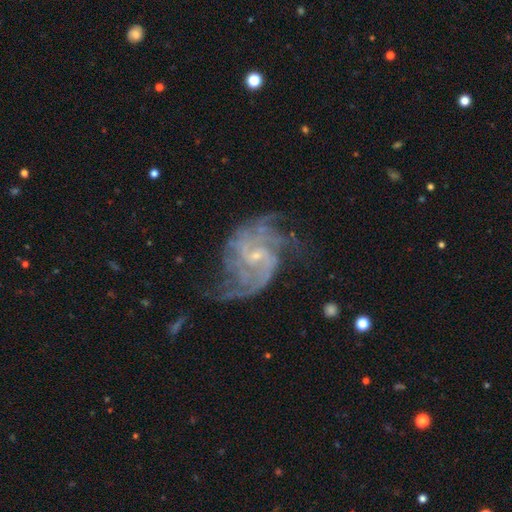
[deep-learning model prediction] smooth_or_featured: featured or disk (p=0.90) [alt: star or artifact p=0.06]
disk_edge_on: no (p=0.98) [alt: yes p=0.02]
bar: weak (p=0.44) [tied with: no p=0.44]
has_spiral_arms: yes (p=0.97) [alt: no p=0.03]
spiral_winding: medium (p=0.48) [alt: tight p=0.28]
spiral_arm_count: 2 (p=0.48) [alt: can't tell p=0.18]
bulge_size: small (p=0.80) [alt: moderate p=0.15]
merging: none (p=0.59) [alt: minor disturbance p=0.21]